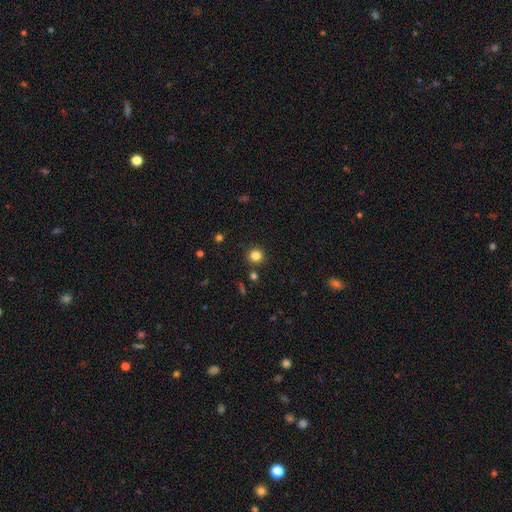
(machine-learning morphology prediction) smooth-or-featured: smooth: 83% | star or artifact: 13% | featured or disk: 5%
  how-rounded: round: 92% | in between: 7% | cigar-shaped: 1%
  merging: none: 89% | minor disturbance: 6% | merger: 3% | major disturbance: 2%